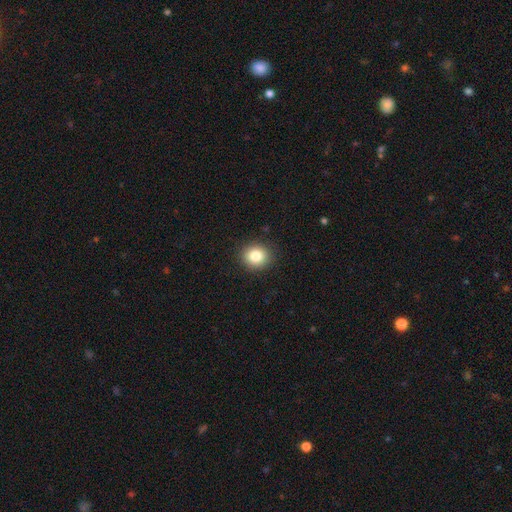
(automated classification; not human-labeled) A smooth galaxy with no disk features (83%) that is round (82%).

Vote fractions:
- Smooth or featured? smooth: 83% / star or artifact: 10% / featured or disk: 7%
- How rounded? round: 82% / in between: 17% / cigar-shaped: 1%
- Merging? none: 90% / minor disturbance: 7% / major disturbance: 2% / merger: 1%